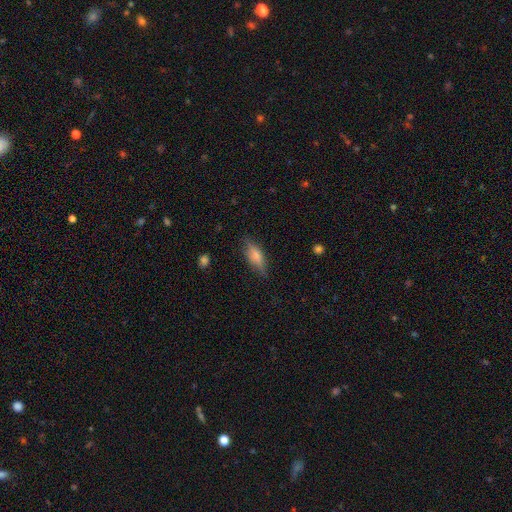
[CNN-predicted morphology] Smooth or featured: smooth — 58% (featured or disk — 34%)
How rounded: in between — 62% (cigar-shaped — 34%)
Merging: none — 79% (minor disturbance — 16%)